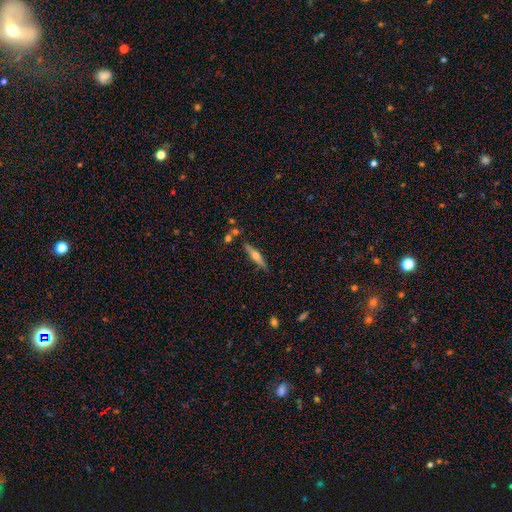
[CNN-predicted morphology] smooth_or_featured: featured or disk (p=0.56) [alt: smooth p=0.37]
disk_edge_on: yes (p=0.94) [alt: no p=0.06]
edge_on_bulge: rounded (p=0.88) [alt: none p=0.06]
merging: none (p=0.82) [alt: minor disturbance p=0.11]